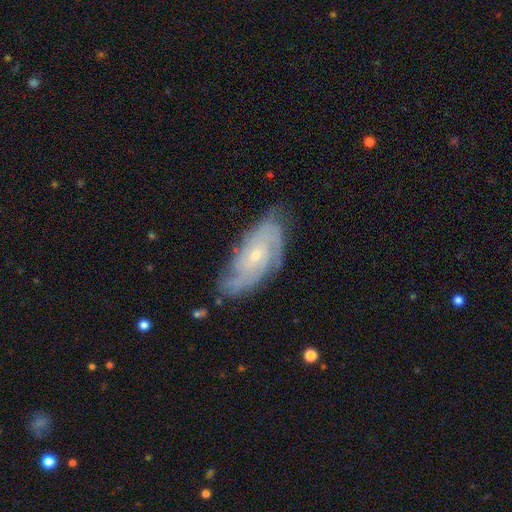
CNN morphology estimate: The model was most divided on "spiral arm count": can't tell: 28%, 3: 25%, 2: 24%, 4: 14%, more than 4: 5%, 1: 5%. More confident: spiral arms — yes (96%); edge-on disk — no (94%); smooth or featured — featured or disk (83%); bulge size — small (75%); merging — none (73%); bar — no (68%); spiral winding — tight (62%).